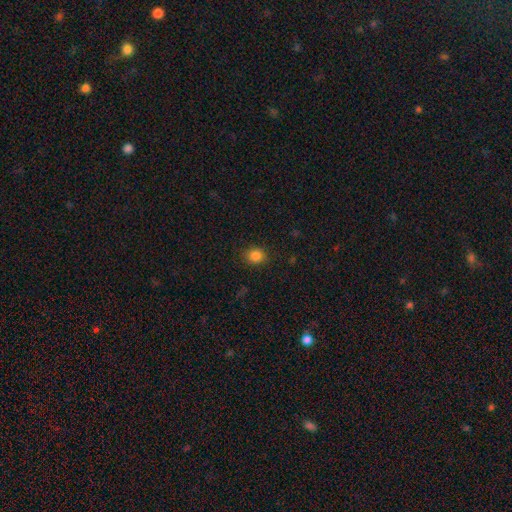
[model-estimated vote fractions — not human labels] smooth 84%, star or artifact 12%, featured or disk 4%. Down the decision tree: how rounded — round (72%); merging — none (88%).